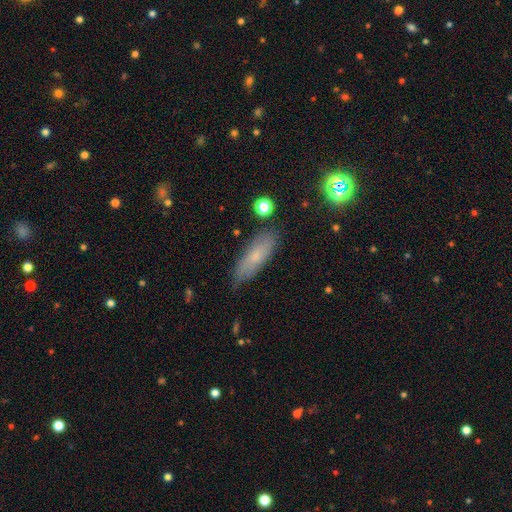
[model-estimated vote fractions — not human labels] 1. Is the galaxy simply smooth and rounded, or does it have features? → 68% smooth, 23% featured or disk, 9% star or artifact.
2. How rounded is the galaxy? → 53% in between, 44% cigar-shaped, 3% round.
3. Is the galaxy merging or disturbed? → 78% none, 17% minor disturbance, 3% major disturbance, 2% merger.